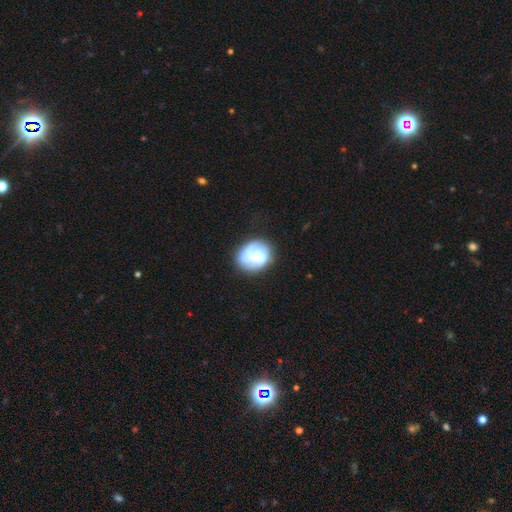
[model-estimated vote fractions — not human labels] Overall: featured or disk (48%; smooth 44%). Merging: none (57%; minor disturbance 25%).